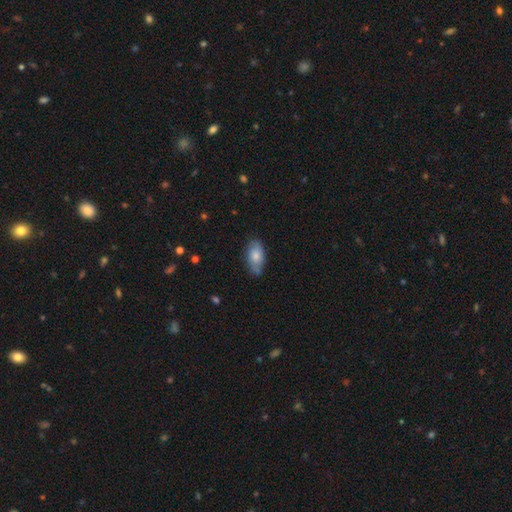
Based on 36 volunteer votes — Smooth or featured? 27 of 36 (75%) said smooth. How rounded? 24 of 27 (89%) said in between. Merging? 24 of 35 (69%) said none.